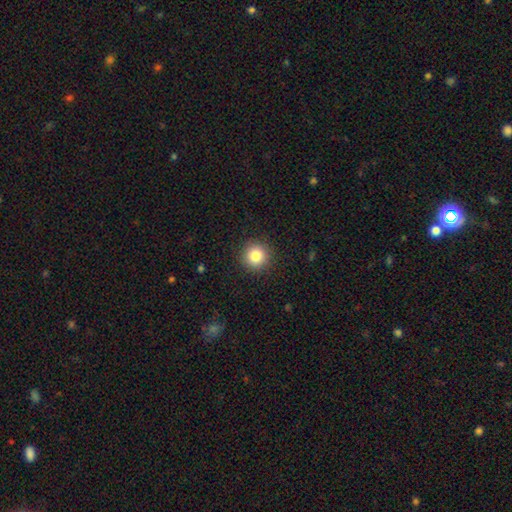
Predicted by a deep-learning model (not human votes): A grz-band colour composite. It shows a smooth galaxy with no disk features (84%) that is round (95%). Merging: none (92%).